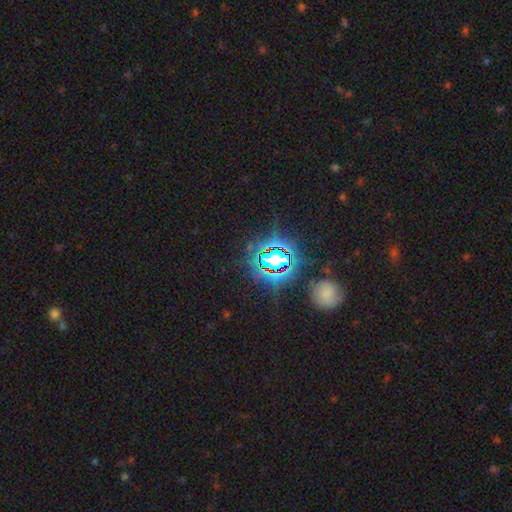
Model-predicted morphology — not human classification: The model was most divided on "smooth or featured": star or artifact: 80%, smooth: 14%, featured or disk: 7%.